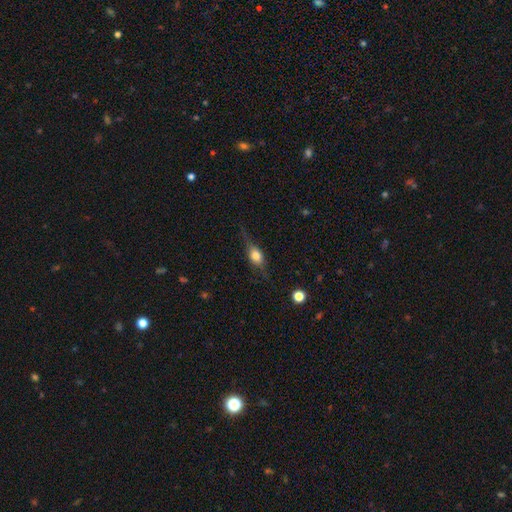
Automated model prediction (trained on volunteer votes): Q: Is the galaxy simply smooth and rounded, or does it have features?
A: smooth — 52%.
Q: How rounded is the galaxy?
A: in between — 61%.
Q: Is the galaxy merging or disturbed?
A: none — 62%.